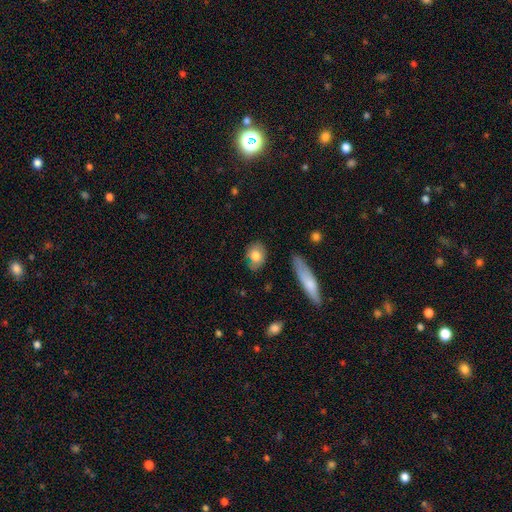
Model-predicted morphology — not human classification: type=smooth (75%); roundness=in between (63%); merging=none (76%).